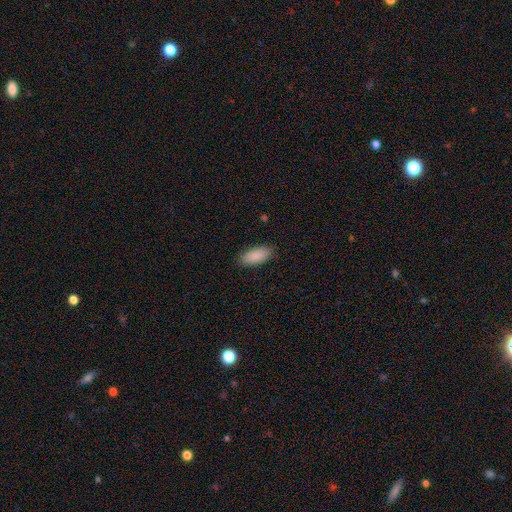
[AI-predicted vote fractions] A smooth galaxy with no disk features (89%) that is in between round and cigar-shaped (90%).

Vote fractions:
- Smooth or featured? smooth: 89% / star or artifact: 6% / featured or disk: 5%
- How rounded? in between: 90% / cigar-shaped: 8% / round: 2%
- Merging? none: 87% / minor disturbance: 10% / major disturbance: 2% / merger: 1%